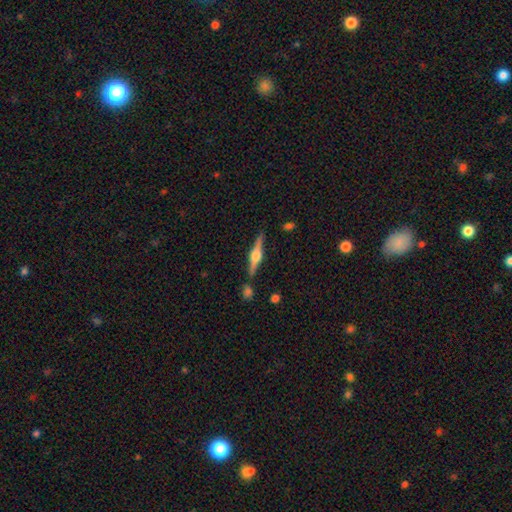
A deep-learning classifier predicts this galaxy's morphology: smooth-or-featured: featured or disk: 79% | smooth: 15% | star or artifact: 6%
  disk-edge-on: yes: 98% | no: 2%
    edge-on-bulge: rounded: 93% | boxy: 6% | none: 2%
  merging: none: 85% | minor disturbance: 9% | merger: 4% | major disturbance: 2%